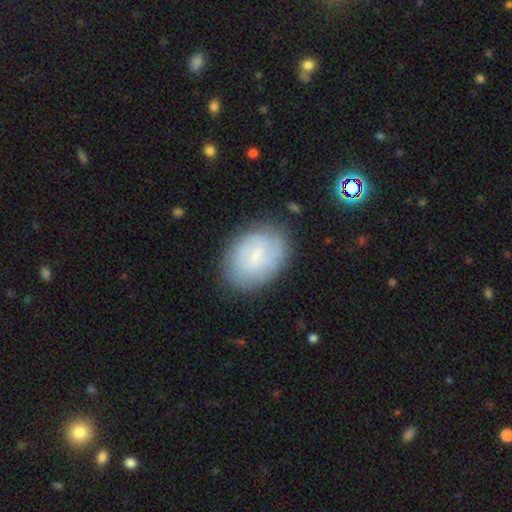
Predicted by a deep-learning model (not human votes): Smooth or featured? smooth (47%)
Merging? none (79%)